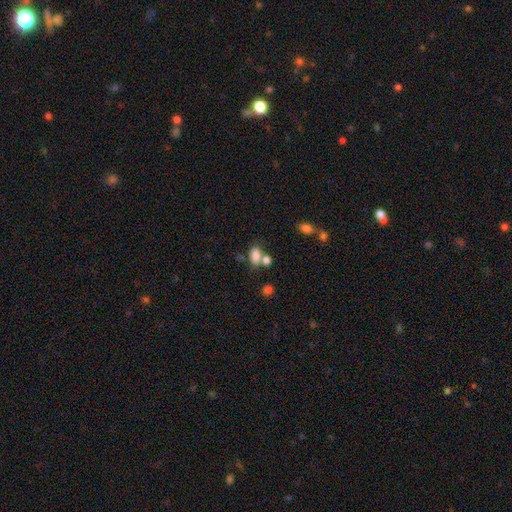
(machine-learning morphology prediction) smooth-or-featured: smooth: 80% | star or artifact: 11% | featured or disk: 9%
  how-rounded: in between: 86% | round: 10% | cigar-shaped: 4%
  merging: none: 44% | merger: 36% | minor disturbance: 13% | major disturbance: 6%